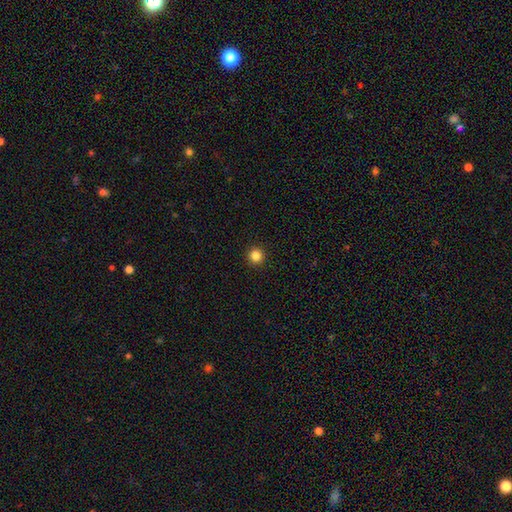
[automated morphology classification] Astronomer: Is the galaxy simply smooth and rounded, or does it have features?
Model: smooth — 85%.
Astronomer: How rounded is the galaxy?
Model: round — 96%.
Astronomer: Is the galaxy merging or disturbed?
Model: none — 94%.